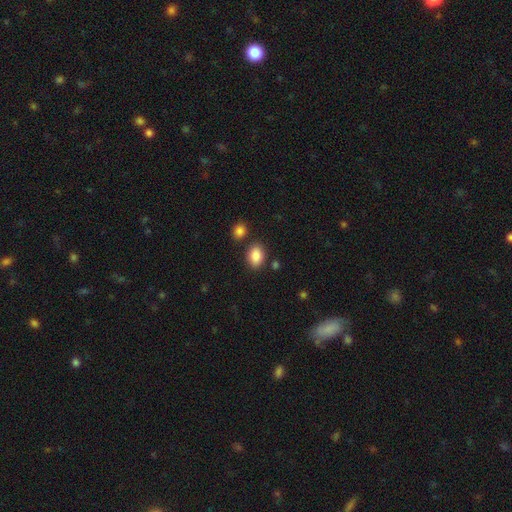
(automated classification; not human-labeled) smooth-or-featured: smooth: 87% | star or artifact: 8% | featured or disk: 5%
  how-rounded: in between: 75% | round: 24% | cigar-shaped: 1%
  merging: none: 79% | minor disturbance: 11% | merger: 7% | major disturbance: 3%